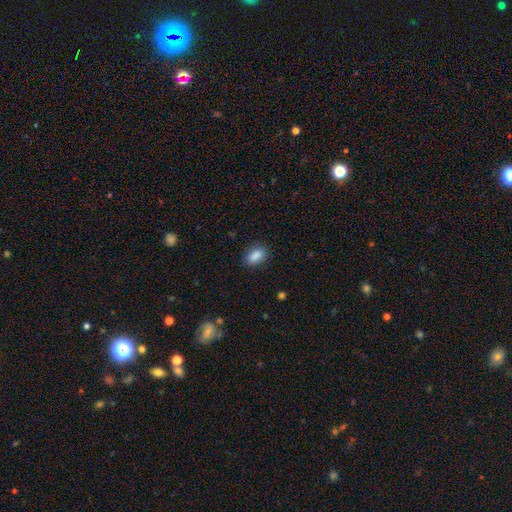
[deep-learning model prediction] smooth-or-featured: smooth: 88% | star or artifact: 8% | featured or disk: 4%
  how-rounded: in between: 88% | round: 8% | cigar-shaped: 4%
  merging: none: 84% | minor disturbance: 12% | major disturbance: 3% | merger: 1%